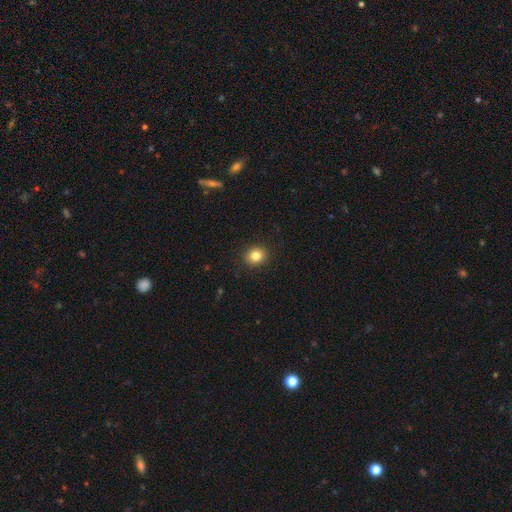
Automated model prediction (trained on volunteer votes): This is clearly a smooth galaxy (83%). How rounded: likely round (80%). Merging: clearly none (91%).